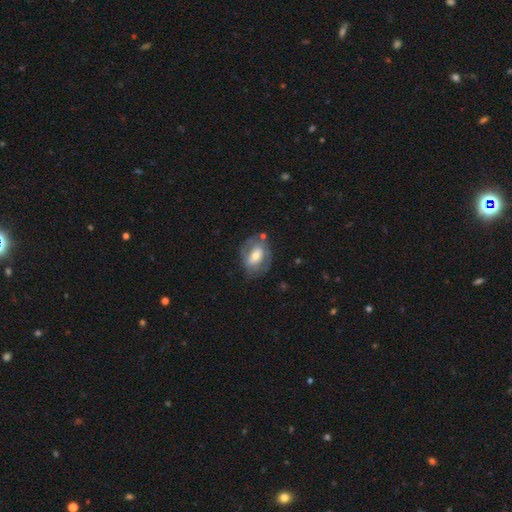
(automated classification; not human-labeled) A featured or disk galaxy (58%) with a weak bar (37%, tied with no), spiral arms (60%) and a moderate central bulge (62%).

Vote fractions:
- Smooth or featured? featured or disk: 58% / smooth: 35% / star or artifact: 6%
- Edge-on disk? no: 95% / yes: 5%
- Bar? weak: 37% (tied) / no: 37% (tied) / strong: 26%
- Spiral arms? yes: 60% / no: 40%
- Bulge size? moderate: 62% / small: 23% / large: 12% / none: 1% / dominant: 1%
- Merging? none: 64% / minor disturbance: 22% / major disturbance: 10% / merger: 4%